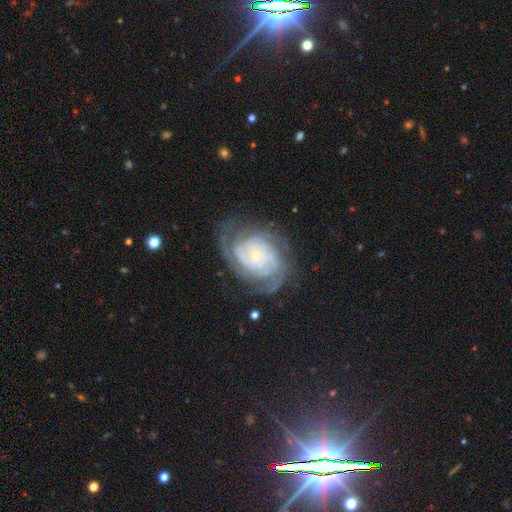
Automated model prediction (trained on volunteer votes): This appears to be a featured or disk galaxy (87%) with no bar (74%), tight (70%) spiral arms (97%) and a small central bulge (82%). Merging: none (70%).